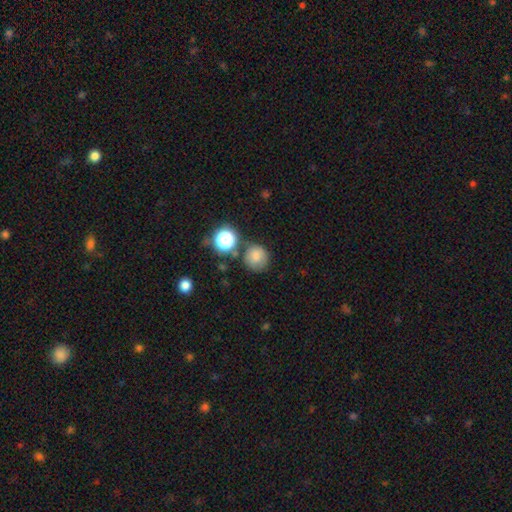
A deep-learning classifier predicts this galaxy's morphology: Overall: smooth (76%). How rounded: round (90%). Merging: none (70%).